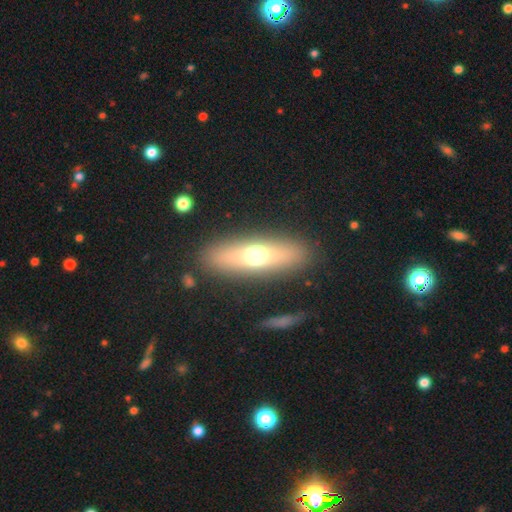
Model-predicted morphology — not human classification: smooth 59%, featured or disk 31%, star or artifact 10%. Down the decision tree: how rounded — in between (53%); merging — none (87%).